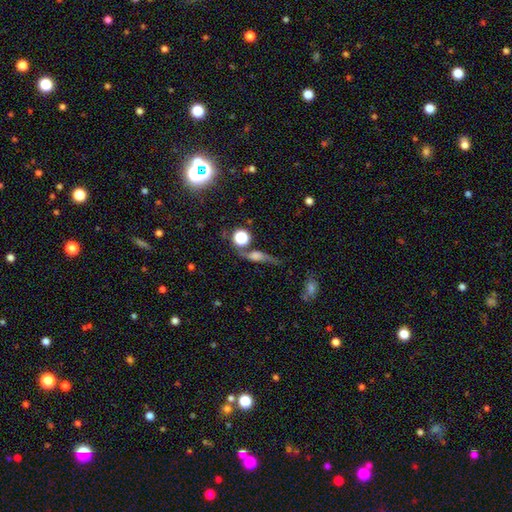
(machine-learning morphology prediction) This is marginally a featured or disk galaxy (45%). Merging: possibly none (53%).